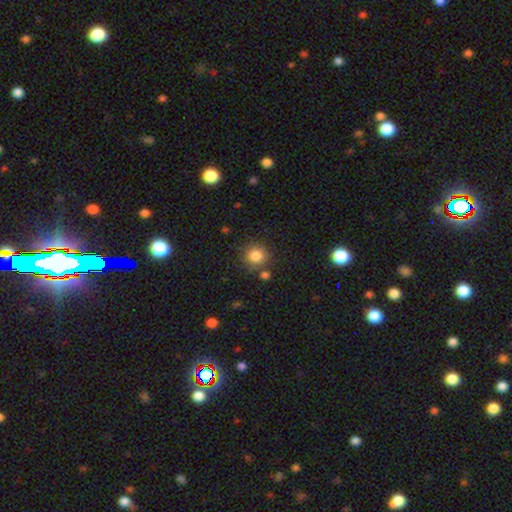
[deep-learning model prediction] Smooth or featured: smooth — 83% (star or artifact — 11%)
How rounded: round — 90% (in between — 9%)
Merging: none — 80% (minor disturbance — 10%)